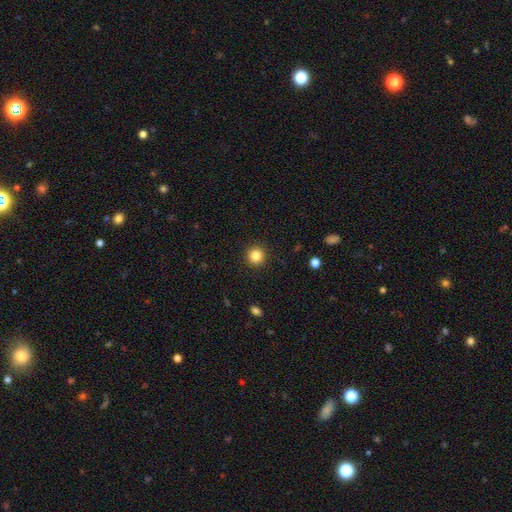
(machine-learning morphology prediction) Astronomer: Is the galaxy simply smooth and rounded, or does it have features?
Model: smooth — 84%.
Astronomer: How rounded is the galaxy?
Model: round — 95%.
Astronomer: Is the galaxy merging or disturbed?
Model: none — 92%.